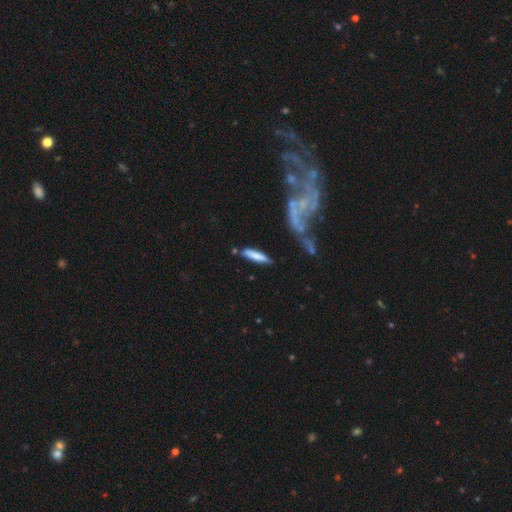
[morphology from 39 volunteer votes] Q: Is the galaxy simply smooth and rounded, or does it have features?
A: smooth — 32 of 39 (82%).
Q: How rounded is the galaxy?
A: cigar-shaped — 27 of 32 (84%).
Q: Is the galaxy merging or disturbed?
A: none — 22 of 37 (59%).